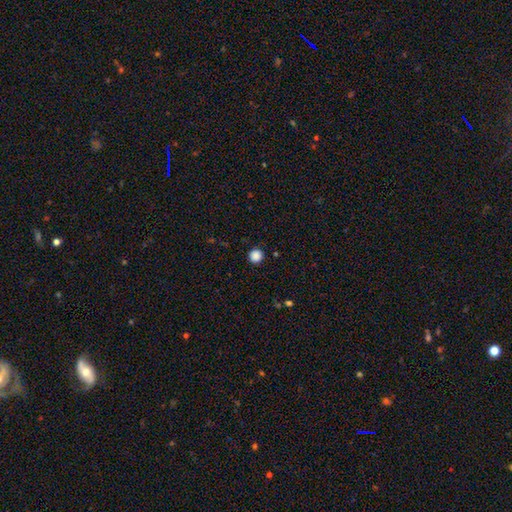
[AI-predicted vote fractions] Overall: smooth (87%). How rounded: round (95%). Merging: none (92%).